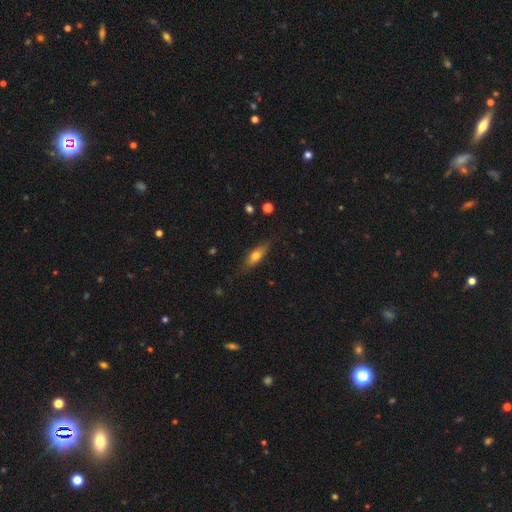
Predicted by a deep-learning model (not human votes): smooth_or_featured: smooth (p=0.59) [alt: featured or disk p=0.34]
how_rounded: cigar-shaped (p=0.49) [alt: in between p=0.48]
merging: none (p=0.80) [alt: minor disturbance p=0.15]